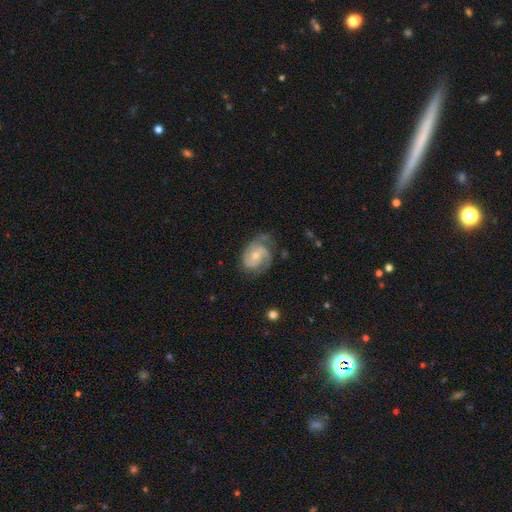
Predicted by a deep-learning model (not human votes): smooth_or_featured: featured or disk (p=0.85) [alt: smooth p=0.10]
disk_edge_on: no (p=0.98) [alt: yes p=0.02]
bar: no (p=0.66) [alt: weak p=0.29]
has_spiral_arms: yes (p=0.96) [alt: no p=0.04]
spiral_winding: tight (p=0.45) [alt: medium p=0.44]
spiral_arm_count: 2 (p=0.65) [alt: 3 p=0.16]
bulge_size: small (p=0.51) [alt: moderate p=0.45]
merging: none (p=0.61) [alt: minor disturbance p=0.25]